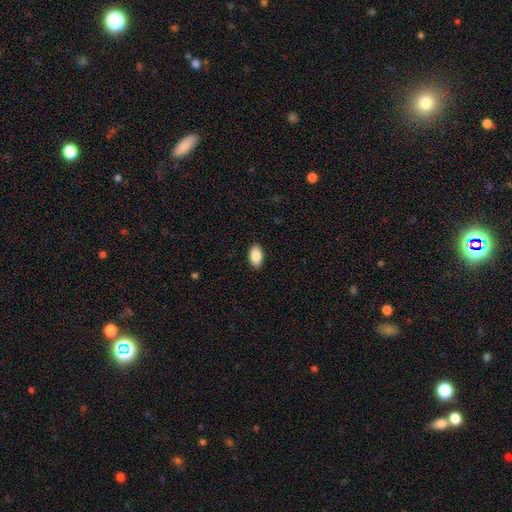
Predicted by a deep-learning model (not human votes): smooth_or_featured: smooth (p=0.88) [alt: star or artifact p=0.07]
how_rounded: in between (p=0.94) [alt: round p=0.04]
merging: none (p=0.89) [alt: minor disturbance p=0.08]